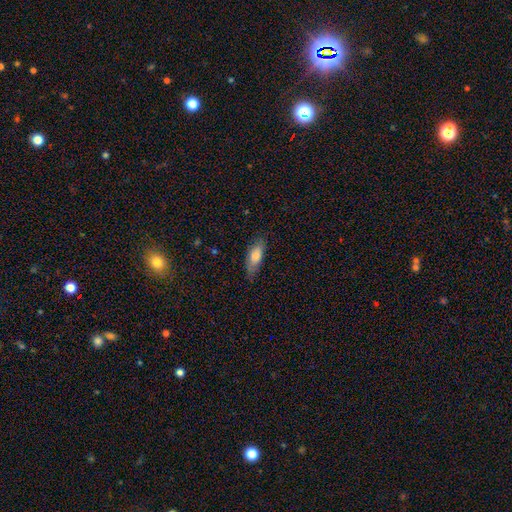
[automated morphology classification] smooth_or_featured: smooth (p=0.77) [alt: featured or disk p=0.17]
how_rounded: in between (p=0.72) [alt: cigar-shaped p=0.26]
merging: none (p=0.70) [alt: minor disturbance p=0.24]